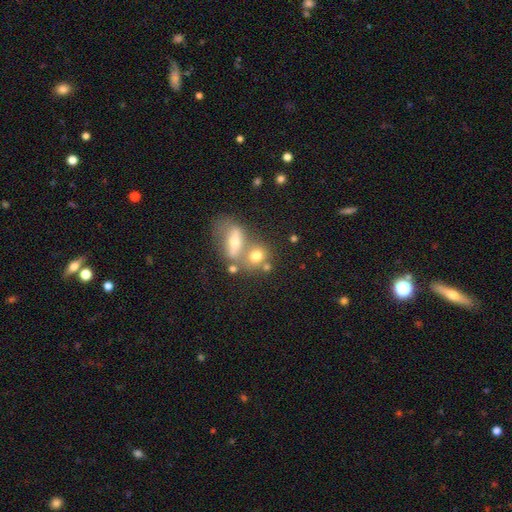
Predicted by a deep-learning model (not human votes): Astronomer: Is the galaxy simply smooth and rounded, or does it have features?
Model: smooth — 65%.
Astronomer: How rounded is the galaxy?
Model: round — 56% (runner-up: in between, 40%).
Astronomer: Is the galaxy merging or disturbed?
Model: merger — 47% (runner-up: none, 38%).